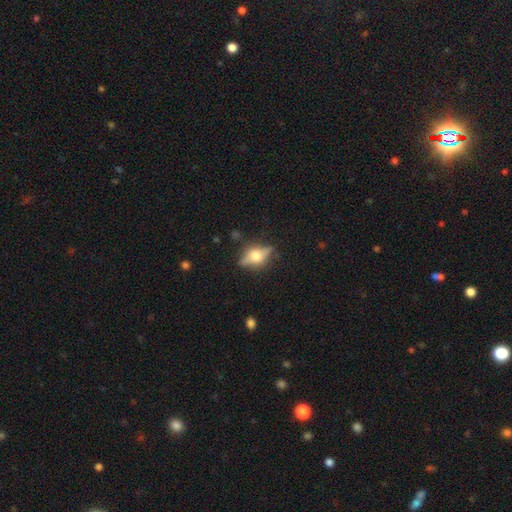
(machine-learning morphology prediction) A featured or disk galaxy (57%) viewed edge-on (88%). Merging: none (77%).